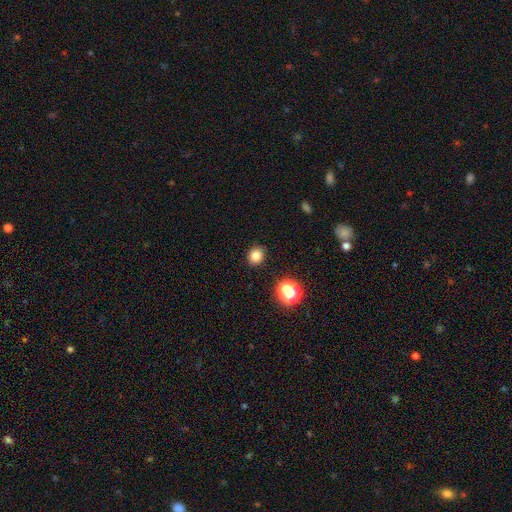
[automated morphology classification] Q: Smooth or featured?
A: smooth (81%); runner-up: star or artifact (14%)
Q: How rounded?
A: round (81%); runner-up: in between (18%)
Q: Merging?
A: none (90%); runner-up: minor disturbance (6%)